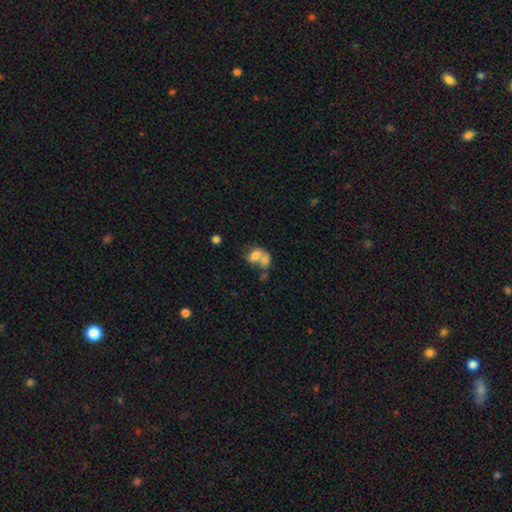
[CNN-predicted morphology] Smooth or featured? smooth (63%)
How rounded? in between (63%)
Merging? merger (60%)